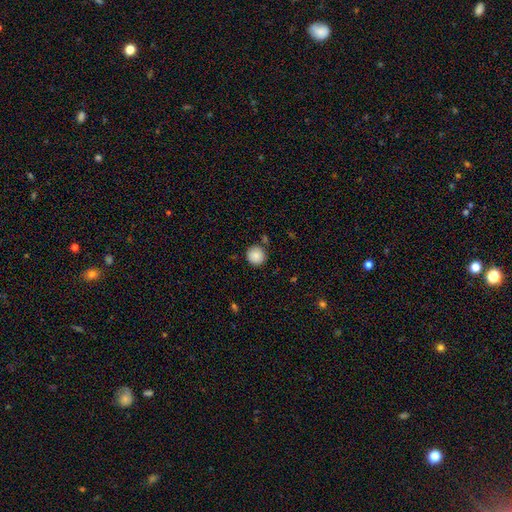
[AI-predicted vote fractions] Smooth or featured? smooth (87%)
How rounded? round (94%)
Merging? none (85%)